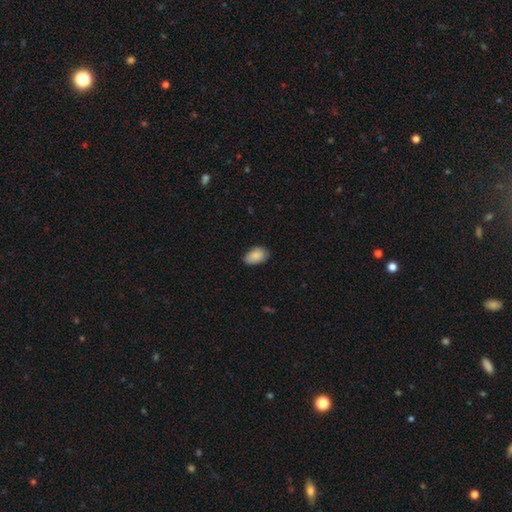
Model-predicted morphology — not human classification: Overall: smooth (87%). How rounded: in between (89%). Merging: none (76%).